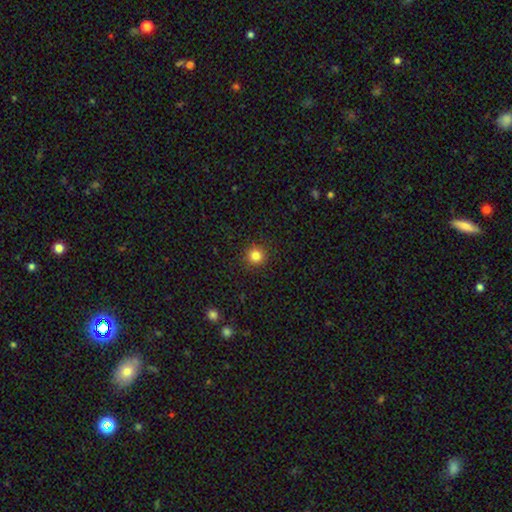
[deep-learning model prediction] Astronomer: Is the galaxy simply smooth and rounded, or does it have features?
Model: smooth — 83%.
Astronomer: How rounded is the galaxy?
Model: round — 94%.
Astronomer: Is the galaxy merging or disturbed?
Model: none — 92%.